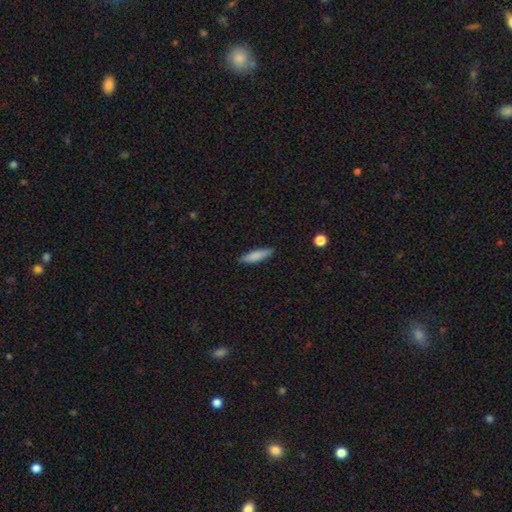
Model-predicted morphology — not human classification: Smooth or featured?
  - smooth: 82% *
  - featured or disk: 11%
  - star or artifact: 6%
How rounded?
  - cigar-shaped: 72% *
  - in between: 27%
  - round: 2%
Merging?
  - none: 86% *
  - minor disturbance: 10%
  - major disturbance: 2%
  - merger: 1%